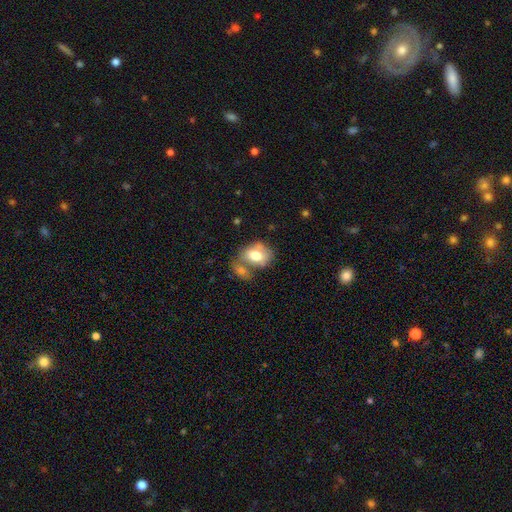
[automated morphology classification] Smooth or featured?
  - smooth: 69% *
  - featured or disk: 23%
  - star or artifact: 8%
How rounded?
  - in between: 67% *
  - round: 32%
  - cigar-shaped: 1%
Merging?
  - merger: 41% *
  - none: 34%
  - minor disturbance: 17%
  - major disturbance: 9%